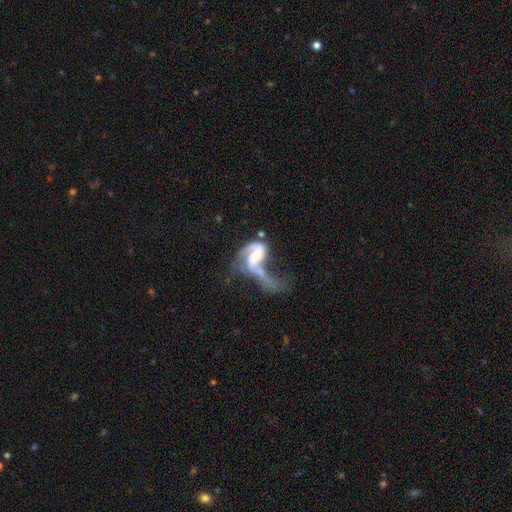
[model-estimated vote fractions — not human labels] Morphology: type=featured or disk (79%); edge-on=no (97%); bar=no (44%); spiral arms=yes (87%); winding=loose (64%); arm count=2 (62%); bulge=moderate (43%); merging=major disturbance (51%).